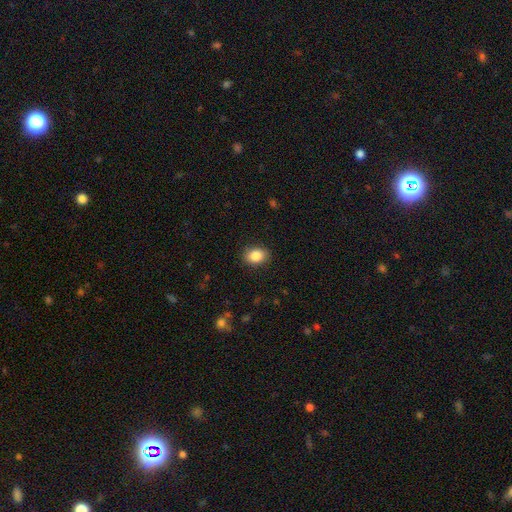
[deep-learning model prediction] The model was most divided on "how rounded": in between: 65%, round: 34%, cigar-shaped: 1%. More confident: merging — none (88%); smooth or featured — smooth (87%).